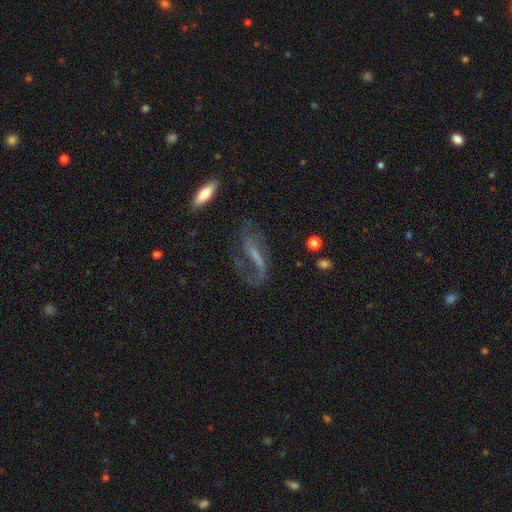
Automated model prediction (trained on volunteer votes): A featured or disk galaxy (70%) with a strong bar (42%), spiral arms (81%) and no central bulge (57%).

Vote fractions:
- Smooth or featured? featured or disk: 70% / smooth: 18% / star or artifact: 11%
- Edge-on disk? no: 86% / yes: 14%
- Bar? strong: 42% / weak: 33% / no: 25%
- Spiral arms? yes: 81% / no: 19%
- Bulge size? none: 57% / small: 26% / moderate: 11% / large: 4% / dominant: 2%
- Merging? none: 45% / major disturbance: 33% / minor disturbance: 18% / merger: 4%